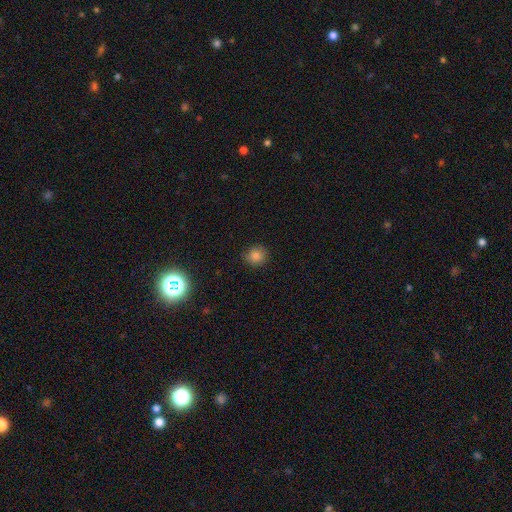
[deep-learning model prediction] A smooth galaxy with no disk features (81%) that is round (86%).

Vote fractions:
- Smooth or featured? smooth: 81% / star or artifact: 13% / featured or disk: 5%
- How rounded? round: 86% / in between: 13% / cigar-shaped: 1%
- Merging? none: 88% / minor disturbance: 9% / major disturbance: 2% / merger: 1%